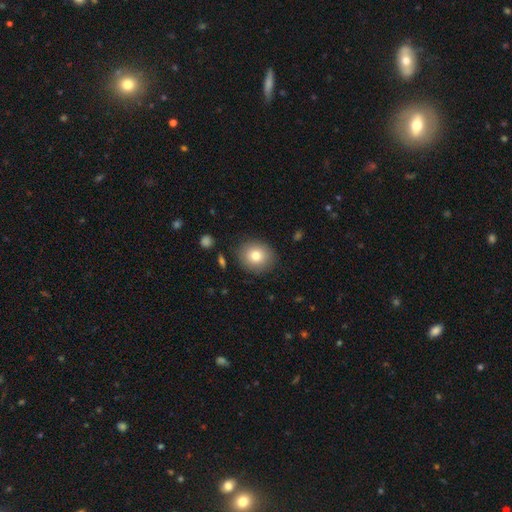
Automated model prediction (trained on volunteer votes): A smooth galaxy with no disk features (79%) that is round (76%).

Vote fractions:
- Smooth or featured? smooth: 79% / featured or disk: 11% / star or artifact: 10%
- How rounded? round: 76% / in between: 23% / cigar-shaped: 1%
- Merging? none: 87% / minor disturbance: 8% / major disturbance: 3% / merger: 2%